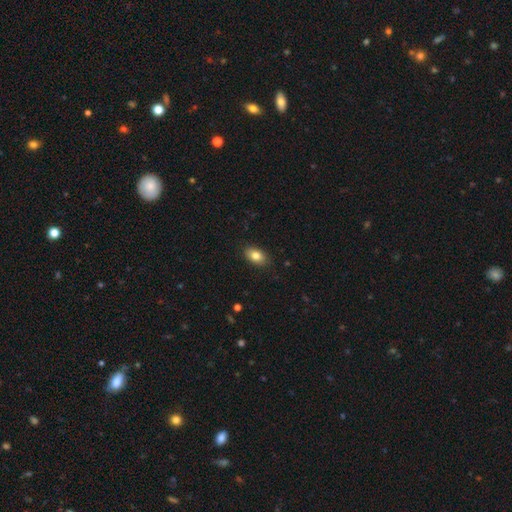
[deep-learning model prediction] Morphology: type=smooth (82%); roundness=in between (88%); merging=none (87%).